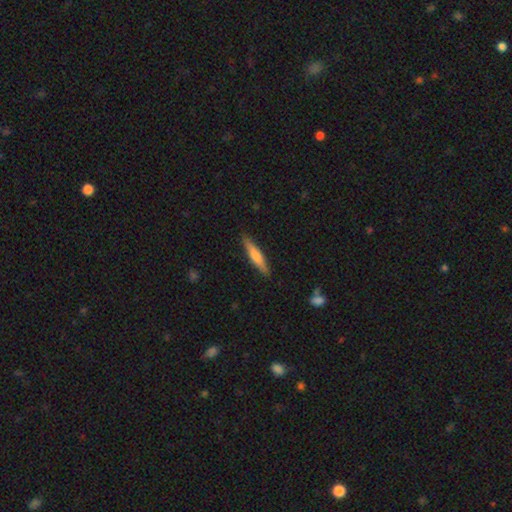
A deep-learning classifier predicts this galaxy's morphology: A smooth galaxy with no disk features (58%) that is cigar-shaped (90%).

Vote fractions:
- Smooth or featured? smooth: 58% / featured or disk: 37% / star or artifact: 6%
- How rounded? cigar-shaped: 90% / in between: 9% / round: 1%
- Merging? none: 89% / minor disturbance: 8% / major disturbance: 2% / merger: 1%